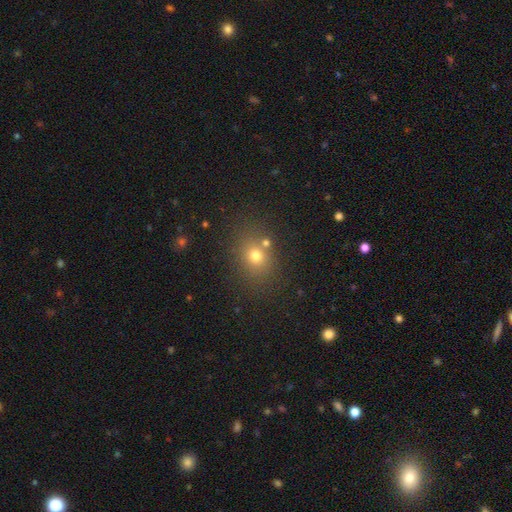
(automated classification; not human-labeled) Morphology: type=smooth (70%); roundness=round (59%); merging=none (74%).